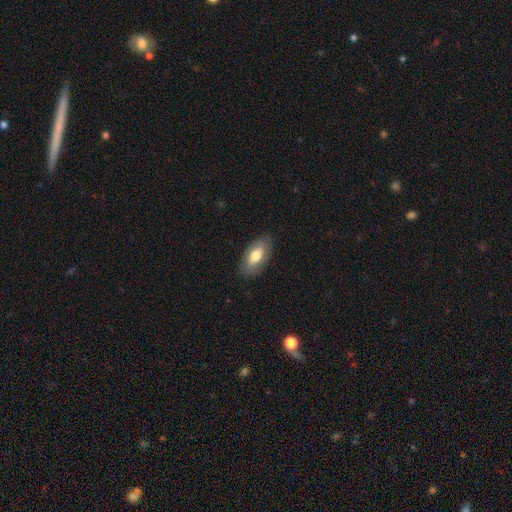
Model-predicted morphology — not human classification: This appears to be a smooth galaxy with no disk features (70%) that is in between round and cigar-shaped (89%). Merging: none (85%).